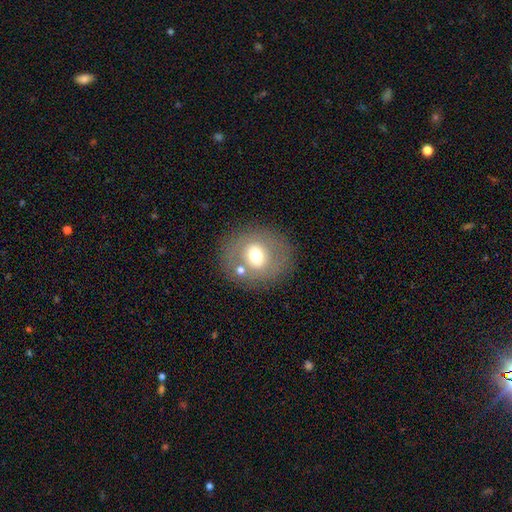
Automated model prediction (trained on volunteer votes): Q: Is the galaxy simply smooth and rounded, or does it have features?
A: smooth — 57%.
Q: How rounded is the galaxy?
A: round — 72%.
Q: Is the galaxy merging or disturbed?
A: none — 75%.